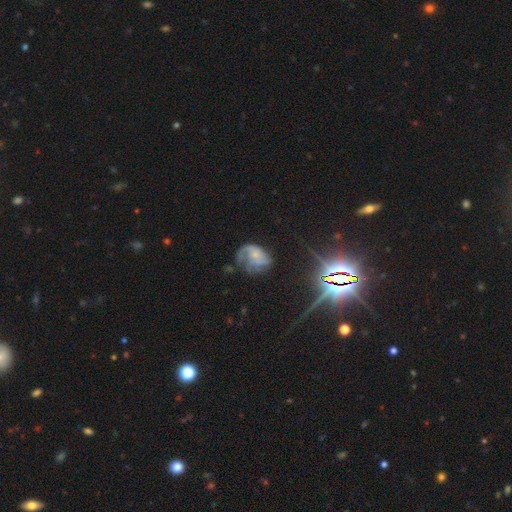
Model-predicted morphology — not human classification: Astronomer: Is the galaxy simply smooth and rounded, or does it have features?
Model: featured or disk — 65%.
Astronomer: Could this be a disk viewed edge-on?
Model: no — 98%.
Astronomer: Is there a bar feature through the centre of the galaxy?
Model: no — 79%.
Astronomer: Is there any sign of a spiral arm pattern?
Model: yes — 82%.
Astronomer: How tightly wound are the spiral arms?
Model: medium — 41% (runner-up: loose, 32%).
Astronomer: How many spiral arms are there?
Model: can't tell — 28% (runner-up: 2, 25%).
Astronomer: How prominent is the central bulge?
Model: small — 62%.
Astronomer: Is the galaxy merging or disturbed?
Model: none — 38% (runner-up: major disturbance, 32%).